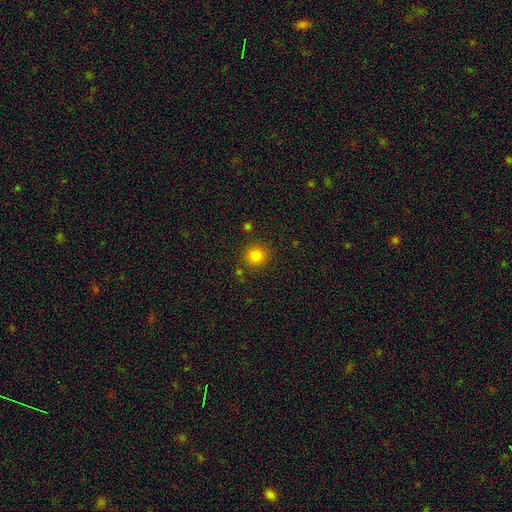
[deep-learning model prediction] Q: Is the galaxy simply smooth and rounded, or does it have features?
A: smooth — 83%.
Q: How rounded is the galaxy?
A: round — 92%.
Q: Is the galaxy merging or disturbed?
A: none — 85%.